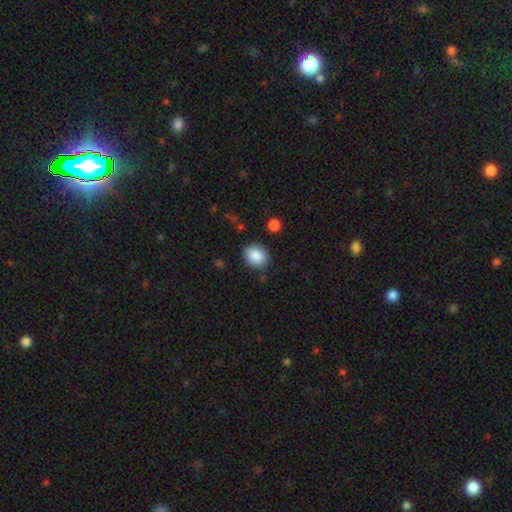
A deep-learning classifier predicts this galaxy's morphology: Smooth or featured? Predicted: smooth (p=0.88). How rounded? Predicted: round (p=0.53). Merging? Predicted: none (p=0.84).